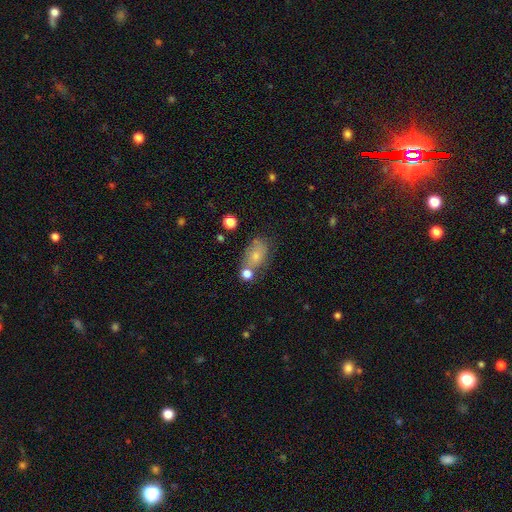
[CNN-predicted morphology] smooth 69%, featured or disk 20%, star or artifact 11%. Down the decision tree: how rounded — in between (80%); merging — none (47%).